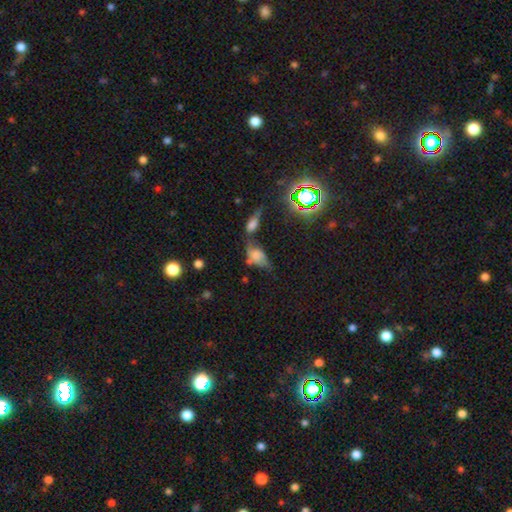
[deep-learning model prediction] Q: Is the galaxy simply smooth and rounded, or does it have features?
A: smooth — 57%.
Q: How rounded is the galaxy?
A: in between — 86%.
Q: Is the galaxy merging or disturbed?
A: merger — 32%.